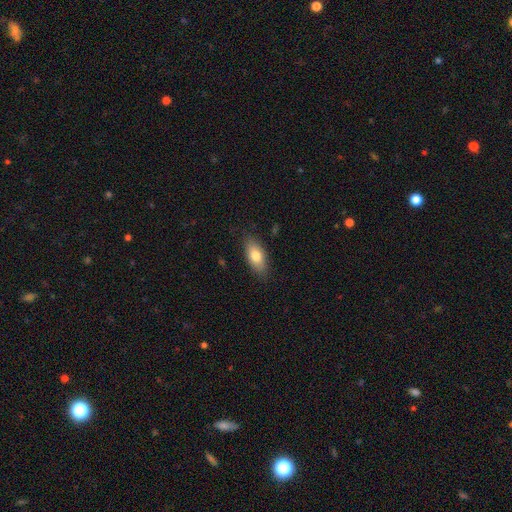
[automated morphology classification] This appears to be a smooth galaxy with no disk features (78%) that is in between round and cigar-shaped (86%). Merging: none (83%).